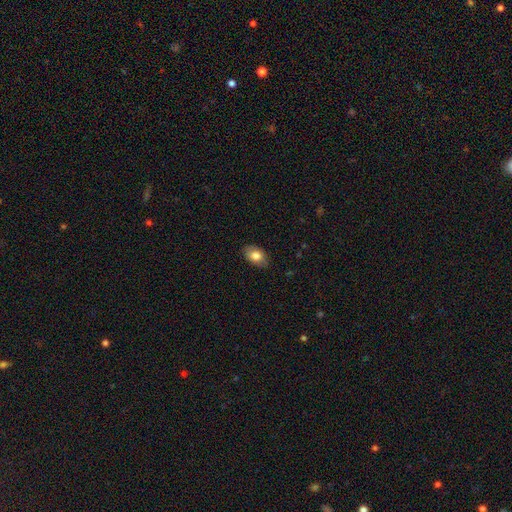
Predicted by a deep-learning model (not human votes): This is likely a smooth galaxy (78%). How rounded: clearly in between (88%). Merging: clearly none (83%).